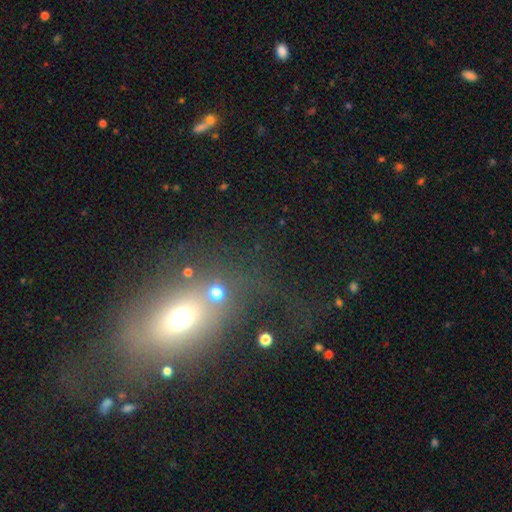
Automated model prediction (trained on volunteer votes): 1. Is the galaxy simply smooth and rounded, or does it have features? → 50% smooth, 28% star or artifact, 22% featured or disk.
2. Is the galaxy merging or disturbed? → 50% none, 21% major disturbance, 17% minor disturbance, 12% merger.